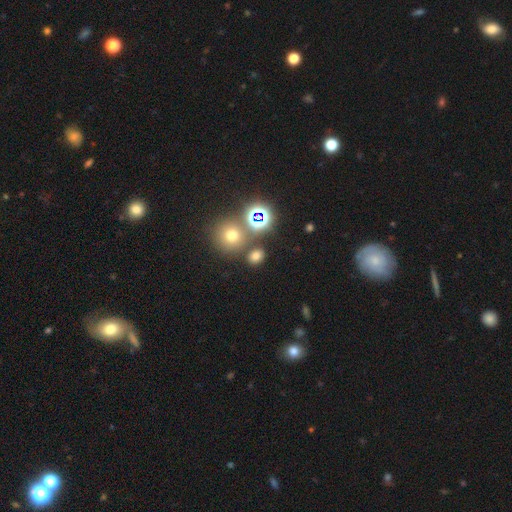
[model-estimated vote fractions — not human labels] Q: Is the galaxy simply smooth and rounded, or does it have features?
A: smooth — 64%.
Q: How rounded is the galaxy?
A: round — 61%.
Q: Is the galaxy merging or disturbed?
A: none — 76%.